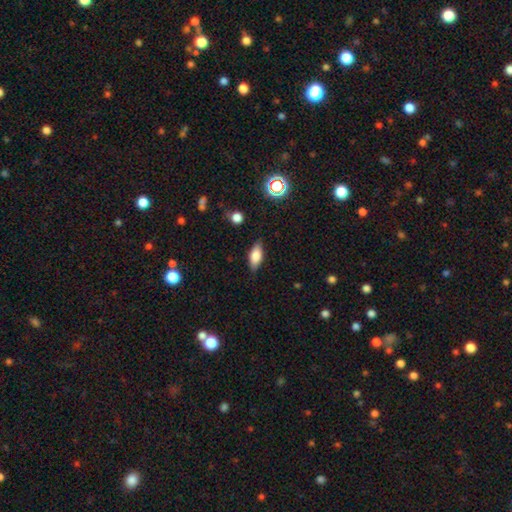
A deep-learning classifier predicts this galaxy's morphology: Smooth or featured? Predicted: smooth (p=0.74). How rounded? Predicted: in between (p=0.81). Merging? Predicted: none (p=0.83).